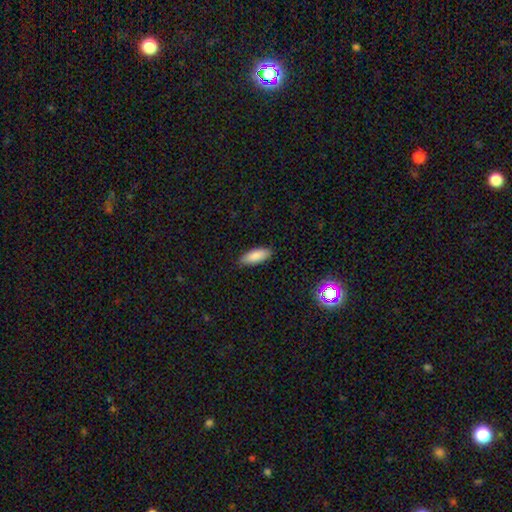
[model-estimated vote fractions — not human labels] This is clearly a smooth galaxy (87%). How rounded: likely in between (73%). Merging: clearly none (88%).